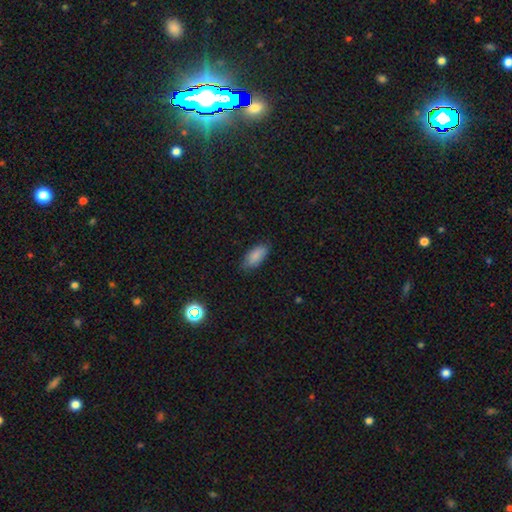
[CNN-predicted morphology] Smooth or featured?
  - smooth: 87% *
  - star or artifact: 7%
  - featured or disk: 6%
How rounded?
  - in between: 88% *
  - cigar-shaped: 10%
  - round: 2%
Merging?
  - none: 82% *
  - minor disturbance: 15%
  - major disturbance: 3%
  - merger: 1%